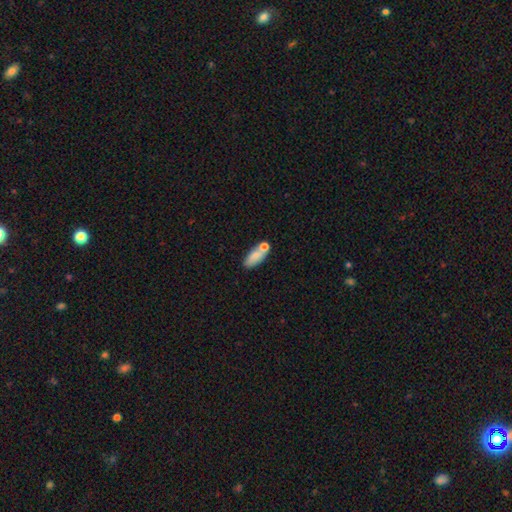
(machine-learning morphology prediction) Overall: smooth (76%). How rounded: in between (80%). Merging: none (54%; merger 23%).